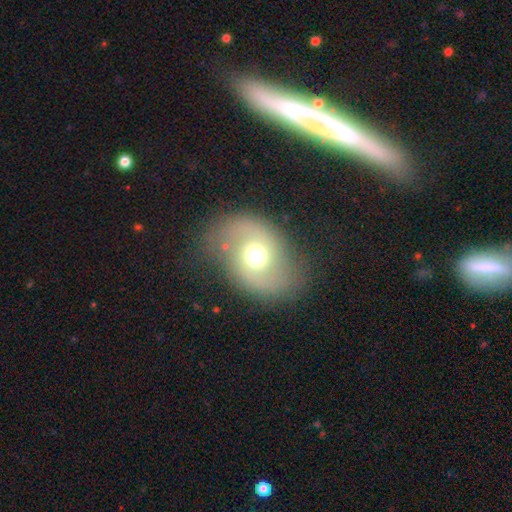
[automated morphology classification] This is likely a featured or disk galaxy (63%). It is clearly not viewed edge-on (96%). Bar: likely no (66%). Spiral arm pattern: clearly yes (80%). Central bulge: likely moderate (69%). Merging: likely none (77%).